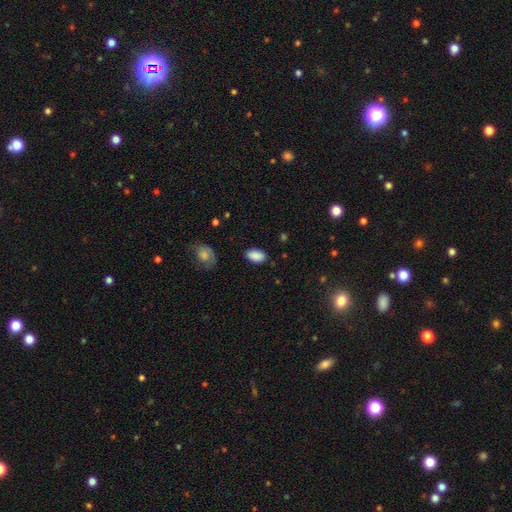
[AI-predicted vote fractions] Overall: smooth (89%). How rounded: in between (94%). Merging: none (85%).